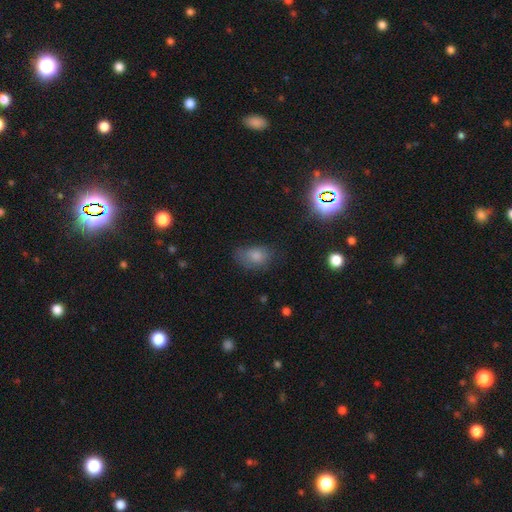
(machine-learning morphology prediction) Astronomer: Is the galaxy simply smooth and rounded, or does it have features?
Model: smooth — 76%.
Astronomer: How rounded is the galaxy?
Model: in between — 82%.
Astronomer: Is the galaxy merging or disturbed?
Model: none — 55%.